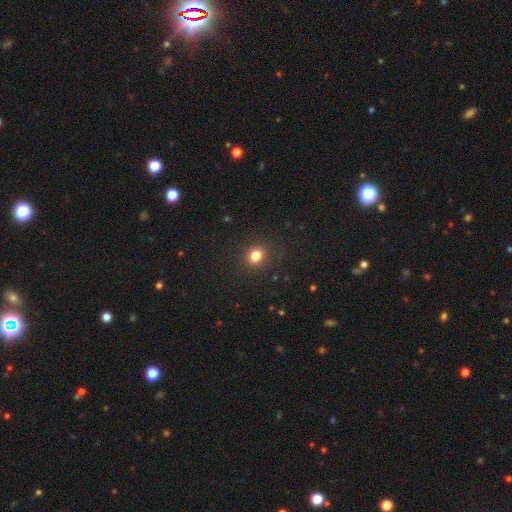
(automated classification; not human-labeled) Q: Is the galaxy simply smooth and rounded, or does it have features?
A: smooth — 82%.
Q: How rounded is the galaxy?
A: round — 70%.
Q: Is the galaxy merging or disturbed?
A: none — 89%.